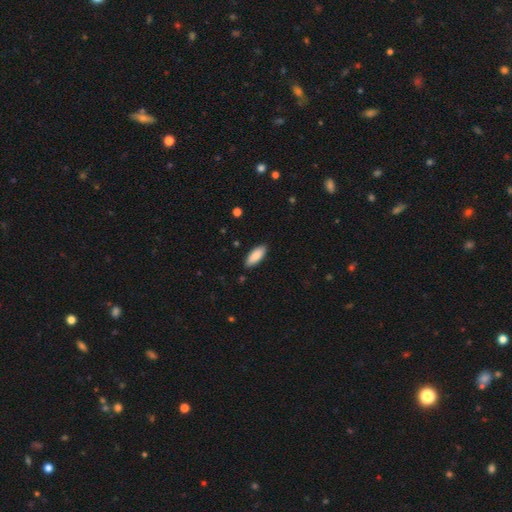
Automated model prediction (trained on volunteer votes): Smooth or featured?
  - smooth: 87% *
  - featured or disk: 7%
  - star or artifact: 6%
How rounded?
  - in between: 76% *
  - cigar-shaped: 22%
  - round: 2%
Merging?
  - none: 87% *
  - minor disturbance: 10%
  - major disturbance: 2%
  - merger: 1%